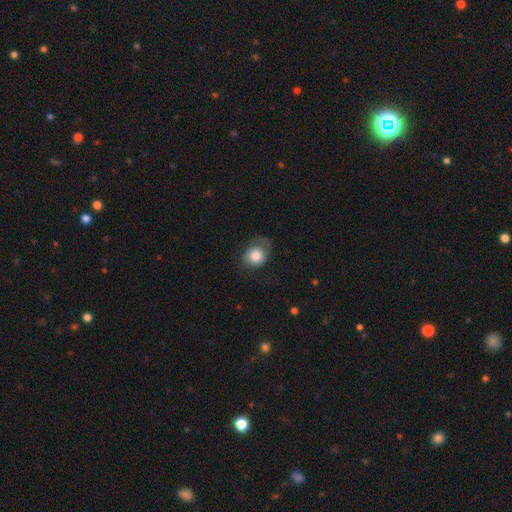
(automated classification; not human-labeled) Smooth or featured?
  - smooth: 59% *
  - featured or disk: 33%
  - star or artifact: 8%
How rounded?
  - round: 56% *
  - in between: 43%
  - cigar-shaped: 1%
Merging?
  - none: 51% *
  - minor disturbance: 26%
  - major disturbance: 22%
  - merger: 1%